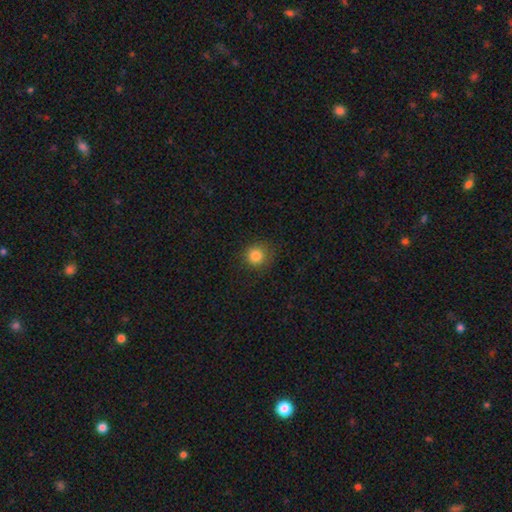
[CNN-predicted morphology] This appears to be a smooth galaxy with no disk features (83%) that is round (91%). Merging: none (85%).